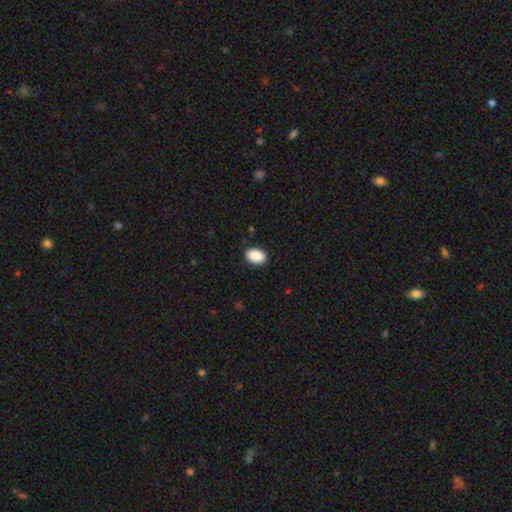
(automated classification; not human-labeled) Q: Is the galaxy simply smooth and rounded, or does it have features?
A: smooth — 91%.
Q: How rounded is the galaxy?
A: in between — 87%.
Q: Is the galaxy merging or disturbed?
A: none — 88%.